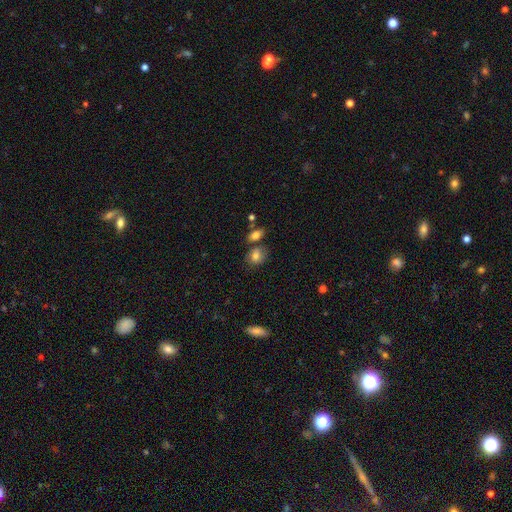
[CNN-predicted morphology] Smooth or featured?
  - smooth: 77% *
  - featured or disk: 13%
  - star or artifact: 10%
How rounded?
  - in between: 53% *
  - round: 46%
  - cigar-shaped: 2%
Merging?
  - none: 59% *
  - merger: 19%
  - minor disturbance: 16%
  - major disturbance: 5%